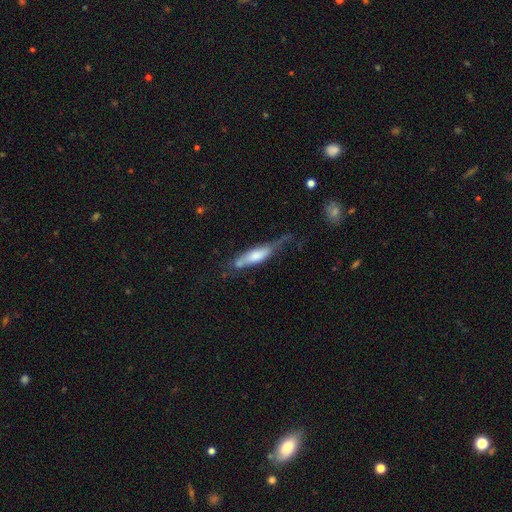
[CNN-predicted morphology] The model was most divided on "merging": none: 37%, minor disturbance: 33%, major disturbance: 22%, merger: 9%. More confident: how rounded — cigar-shaped (64%); smooth or featured — smooth (58%).